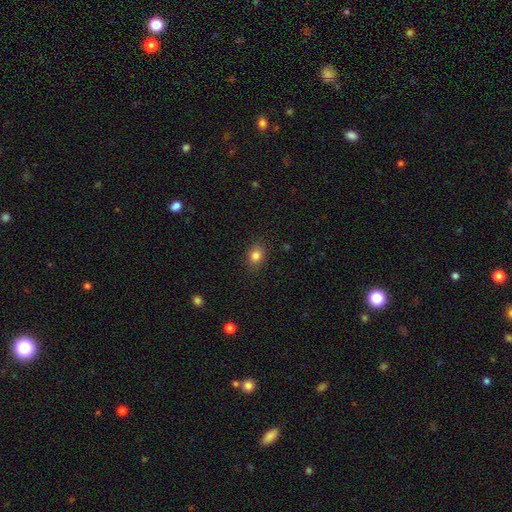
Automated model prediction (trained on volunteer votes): Overall: smooth (83%). How rounded: in between (54%; round 45%). Merging: none (86%).